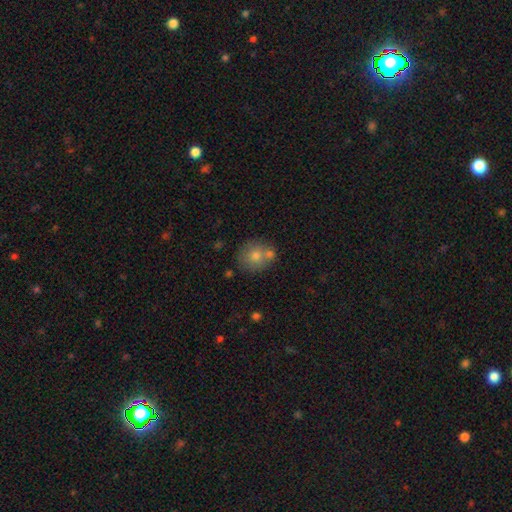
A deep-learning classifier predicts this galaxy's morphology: Overall: smooth (74%). How rounded: round (85%). Merging: none (63%).